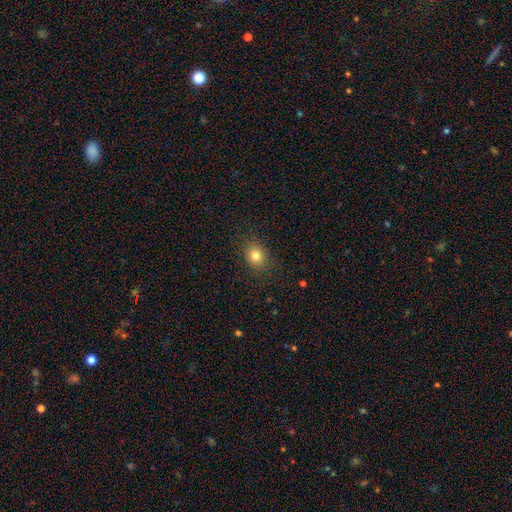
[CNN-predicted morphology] smooth-or-featured: smooth: 80% | star or artifact: 12% | featured or disk: 7%
  how-rounded: round: 61% | in between: 38% | cigar-shaped: 1%
  merging: none: 85% | minor disturbance: 11% | major disturbance: 4% | merger: 1%